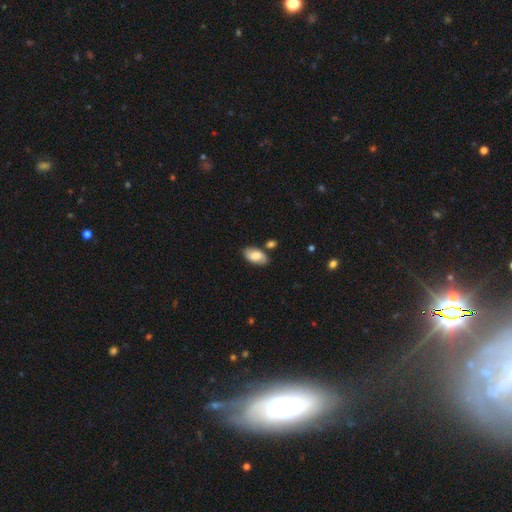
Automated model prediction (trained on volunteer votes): Overall: smooth (75%). How rounded: in between (94%). Merging: none (76%).